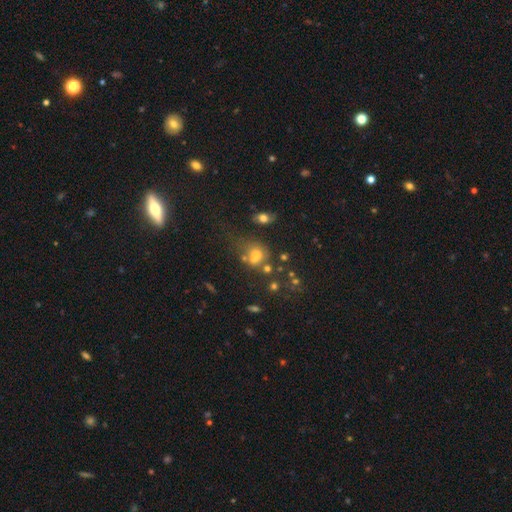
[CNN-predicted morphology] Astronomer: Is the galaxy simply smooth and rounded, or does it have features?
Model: smooth — 56%.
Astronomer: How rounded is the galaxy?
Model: in between — 49%, tied with round at 49%.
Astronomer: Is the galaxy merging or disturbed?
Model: none — 38% (runner-up: merger, 30%).